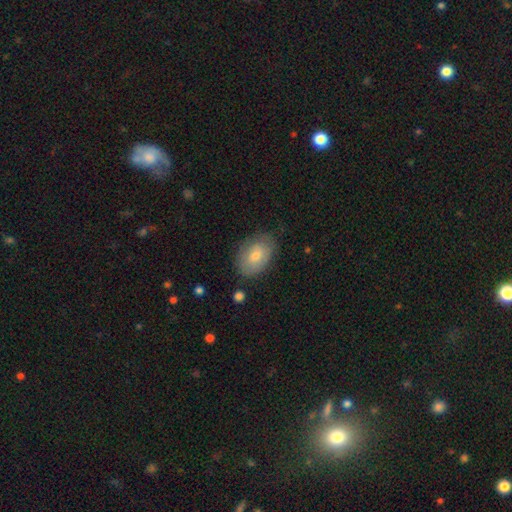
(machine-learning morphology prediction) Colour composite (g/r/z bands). It shows a smooth galaxy with no disk features (66%) that is in between round and cigar-shaped (86%). Merging: none (76%).